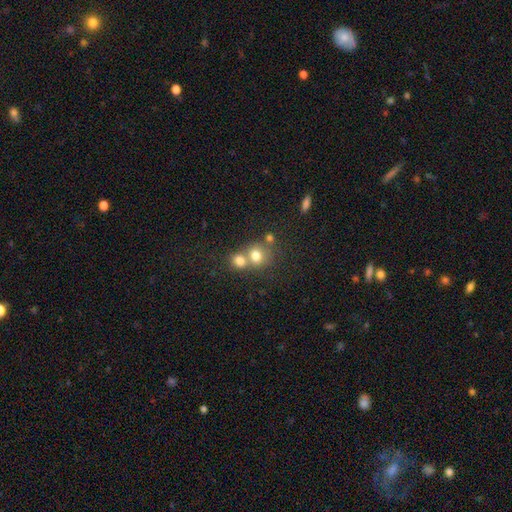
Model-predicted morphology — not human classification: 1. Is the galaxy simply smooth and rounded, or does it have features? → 74% smooth, 13% featured or disk, 13% star or artifact.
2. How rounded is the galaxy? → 72% round, 27% in between, 1% cigar-shaped.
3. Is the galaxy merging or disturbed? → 56% merger, 34% none, 6% minor disturbance, 3% major disturbance.